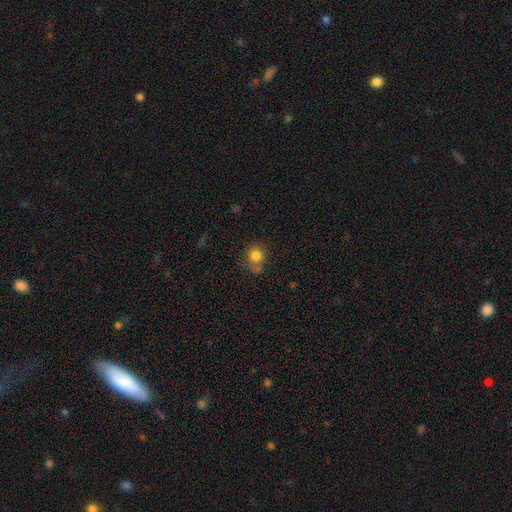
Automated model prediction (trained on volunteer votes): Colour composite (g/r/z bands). It shows a smooth galaxy with no disk features (82%) that is round (83%). Merging: none (58%).